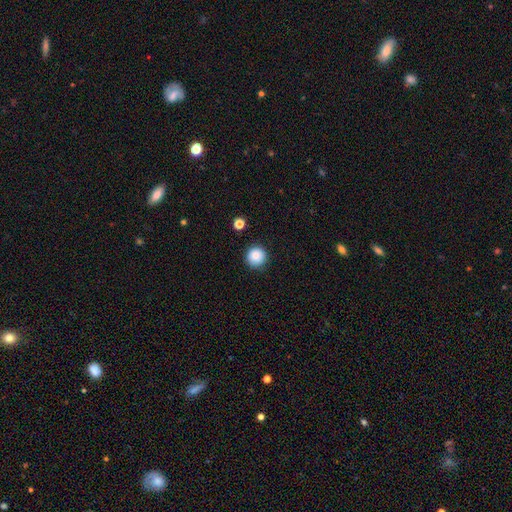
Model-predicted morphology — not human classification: Smooth or featured: smooth — 86% (star or artifact — 9%)
How rounded: round — 95% (in between — 4%)
Merging: none — 88% (minor disturbance — 8%)